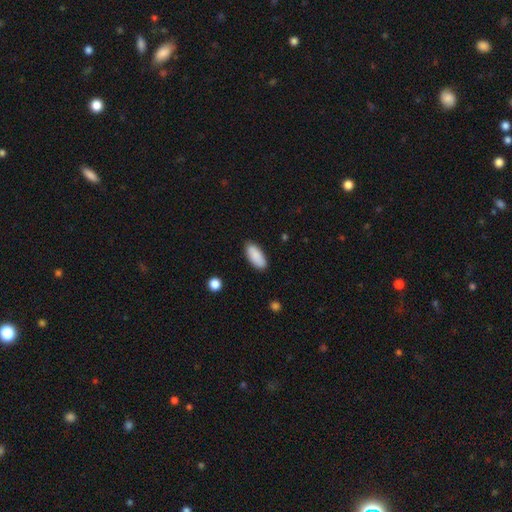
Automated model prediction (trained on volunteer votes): Overall: smooth (89%). How rounded: in between (87%). Merging: none (87%).